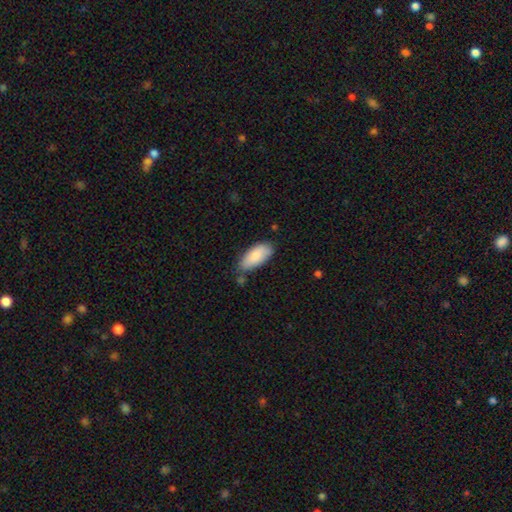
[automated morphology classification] This appears to be a smooth galaxy with no disk features (85%) that is in between round and cigar-shaped (87%). Merging: none (68%).